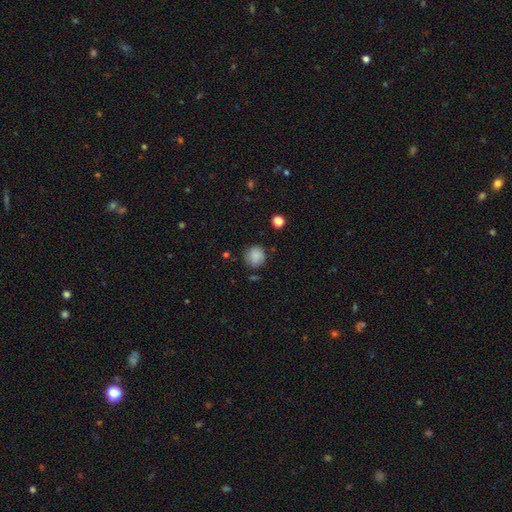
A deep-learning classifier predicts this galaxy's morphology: A smooth galaxy with no disk features (85%) that is round (91%).

Vote fractions:
- Smooth or featured? smooth: 85% / star or artifact: 9% / featured or disk: 6%
- How rounded? round: 91% / in between: 8% / cigar-shaped: 1%
- Merging? none: 79% / minor disturbance: 15% / major disturbance: 4% / merger: 3%